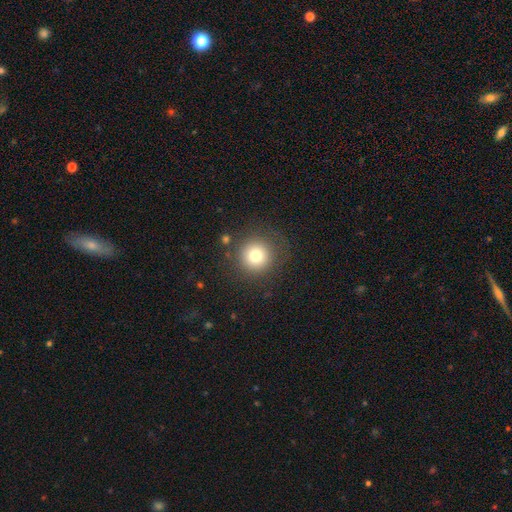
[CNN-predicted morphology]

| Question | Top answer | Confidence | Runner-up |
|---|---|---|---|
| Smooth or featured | smooth | 77% | star or artifact (12%) |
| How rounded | round | 95% | in between (4%) |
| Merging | none | 84% | minor disturbance (9%) |